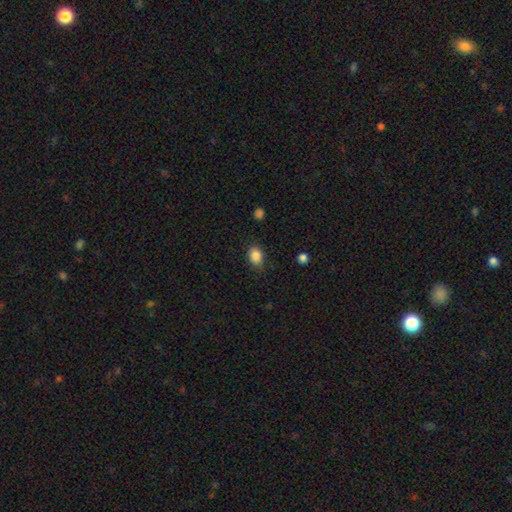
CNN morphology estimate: The model was most divided on "how rounded": in between: 67%, round: 32%, cigar-shaped: 1%. More confident: smooth or featured — smooth (86%); merging — none (80%).